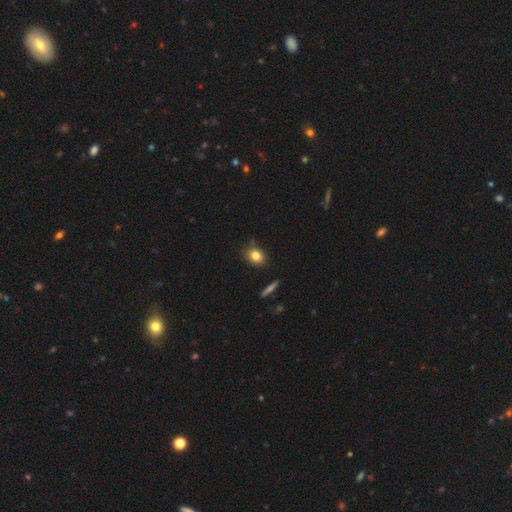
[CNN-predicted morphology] Q: Smooth or featured?
A: smooth (81%); runner-up: star or artifact (10%)
Q: How rounded?
A: round (49%); runner-up: in between (48%)
Q: Merging?
A: none (81%); runner-up: minor disturbance (13%)